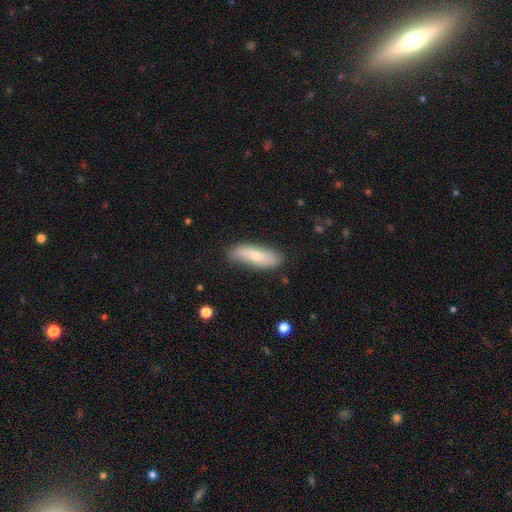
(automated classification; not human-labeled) smooth_or_featured: smooth (p=0.67) [alt: featured or disk p=0.27]
how_rounded: in between (p=0.54) [alt: cigar-shaped p=0.44]
merging: none (p=0.78) [alt: minor disturbance p=0.17]